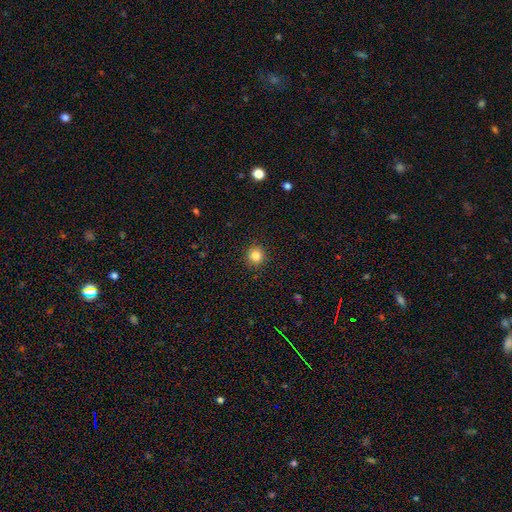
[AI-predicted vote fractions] This appears to be a smooth galaxy with no disk features (84%) that is round (93%). Merging: none (92%).